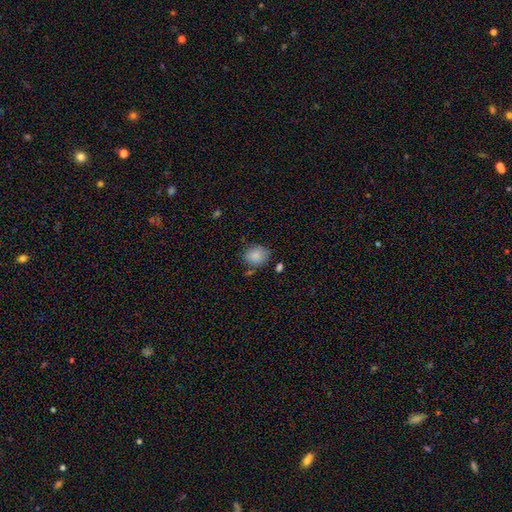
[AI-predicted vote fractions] Q: Smooth or featured?
A: smooth (86%); runner-up: star or artifact (8%)
Q: How rounded?
A: round (63%); runner-up: in between (36%)
Q: Merging?
A: none (74%); runner-up: minor disturbance (16%)